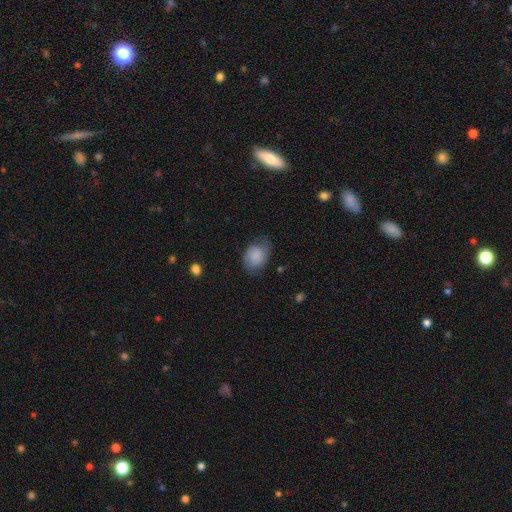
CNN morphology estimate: This appears to be a smooth galaxy with no disk features (68%) that is in between round and cigar-shaped (66%). Merging: none (57%).